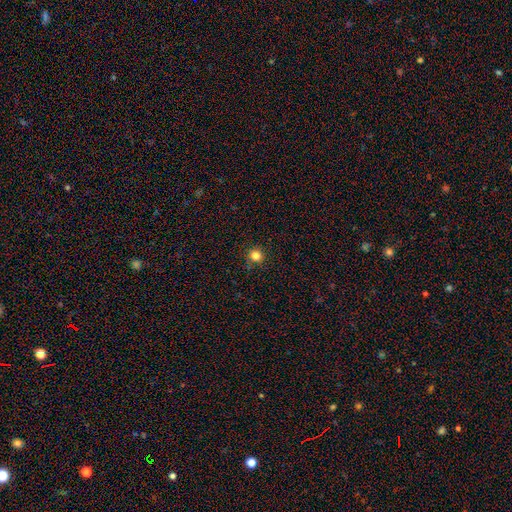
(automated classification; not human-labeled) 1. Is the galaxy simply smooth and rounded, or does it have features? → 83% smooth, 13% star or artifact, 4% featured or disk.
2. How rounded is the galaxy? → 93% round, 6% in between, 1% cigar-shaped.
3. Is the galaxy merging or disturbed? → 88% none, 8% minor disturbance, 2% major disturbance, 2% merger.